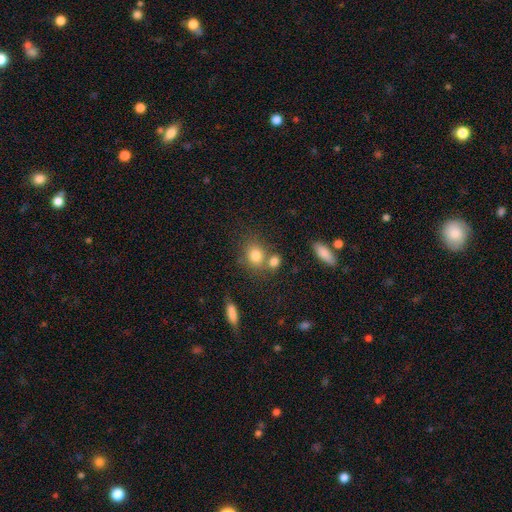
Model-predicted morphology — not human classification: Smooth or featured?
  - smooth: 80% *
  - star or artifact: 11%
  - featured or disk: 9%
How rounded?
  - round: 64% *
  - in between: 34%
  - cigar-shaped: 2%
Merging?
  - none: 54% *
  - merger: 30%
  - minor disturbance: 12%
  - major disturbance: 5%